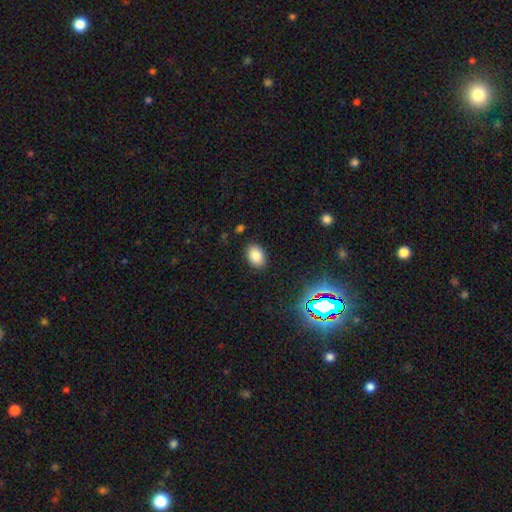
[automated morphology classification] Smooth or featured: smooth — 83% (star or artifact — 11%)
How rounded: in between — 82% (round — 17%)
Merging: none — 88% (minor disturbance — 9%)